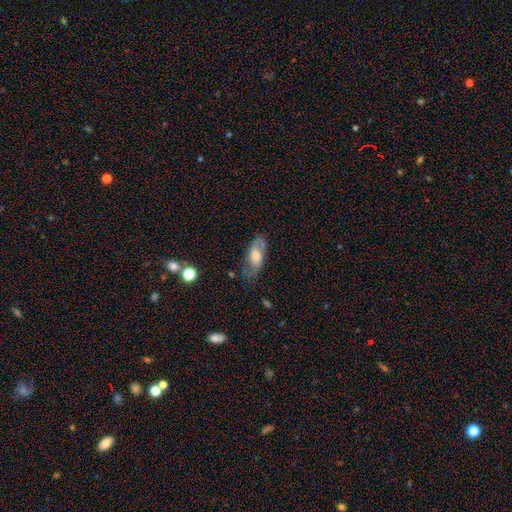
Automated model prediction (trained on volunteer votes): Morphology: type=featured or disk (55%); edge-on=no (87%); merging=none (63%).